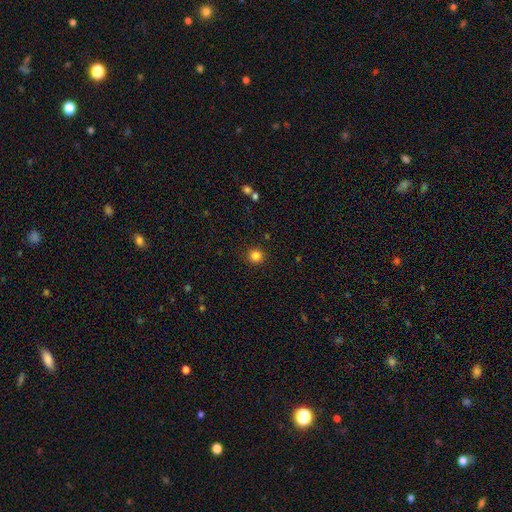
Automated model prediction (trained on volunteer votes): smooth-or-featured: smooth: 84% | star or artifact: 12% | featured or disk: 4%
  how-rounded: round: 94% | in between: 5% | cigar-shaped: 1%
  merging: none: 91% | minor disturbance: 6% | major disturbance: 2% | merger: 1%